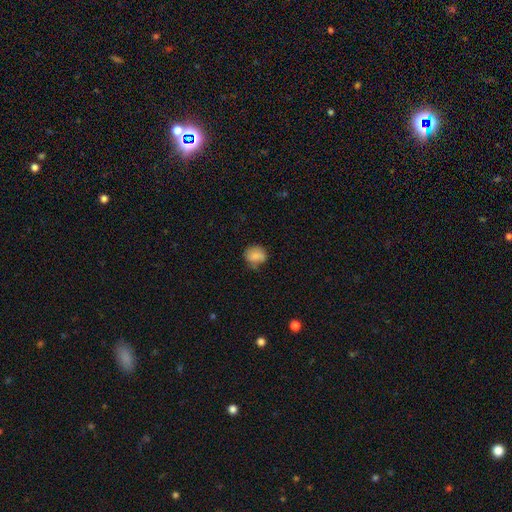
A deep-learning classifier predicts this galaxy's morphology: A smooth galaxy with no disk features (79%) that is round (66%). Merging: none (57%).